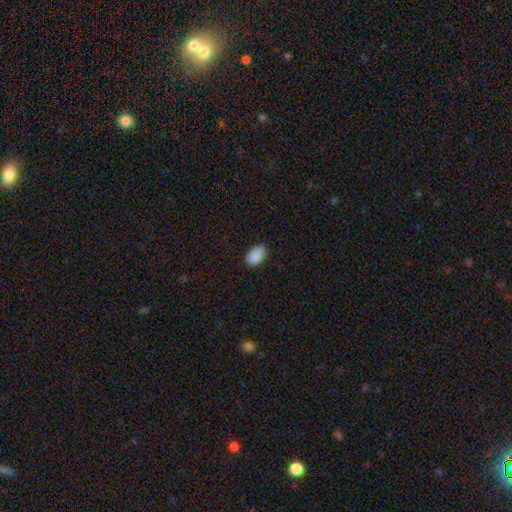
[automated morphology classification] Smooth or featured: smooth — 90% (star or artifact — 7%)
How rounded: in between — 93% (round — 6%)
Merging: none — 84% (minor disturbance — 13%)